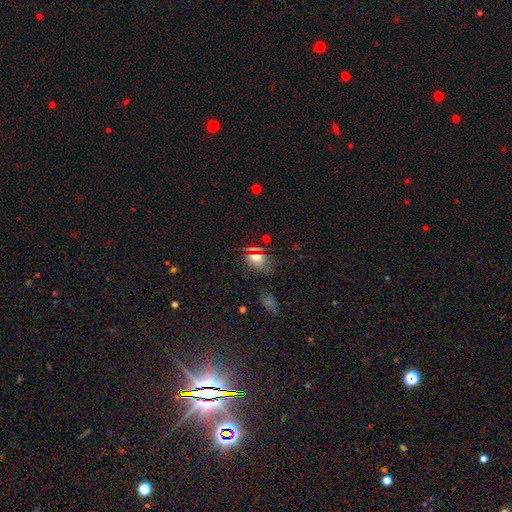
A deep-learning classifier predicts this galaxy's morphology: A smooth galaxy with no disk features (57%) that is in between round and cigar-shaped (57%).

Vote fractions:
- Smooth or featured? smooth: 57% / star or artifact: 34% / featured or disk: 10%
- How rounded? in between: 57% / round: 38% / cigar-shaped: 5%
- Merging? none: 76% / minor disturbance: 14% / major disturbance: 6% / merger: 4%